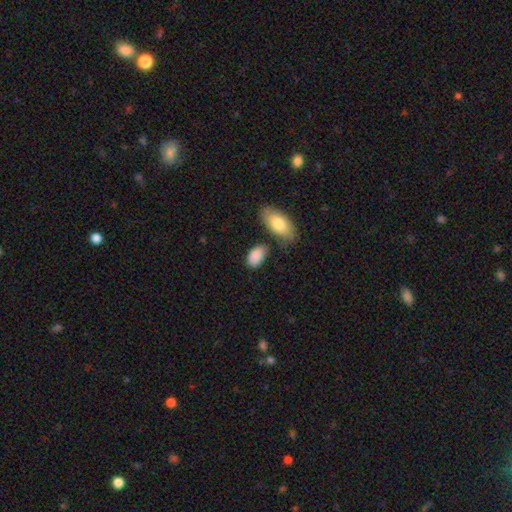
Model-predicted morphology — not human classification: A smooth galaxy with no disk features (88%) that is in between round and cigar-shaped (93%).

Vote fractions:
- Smooth or featured? smooth: 88% / star or artifact: 6% / featured or disk: 6%
- How rounded? in between: 93% / round: 5% / cigar-shaped: 2%
- Merging? none: 70% / minor disturbance: 17% / merger: 9% / major disturbance: 5%